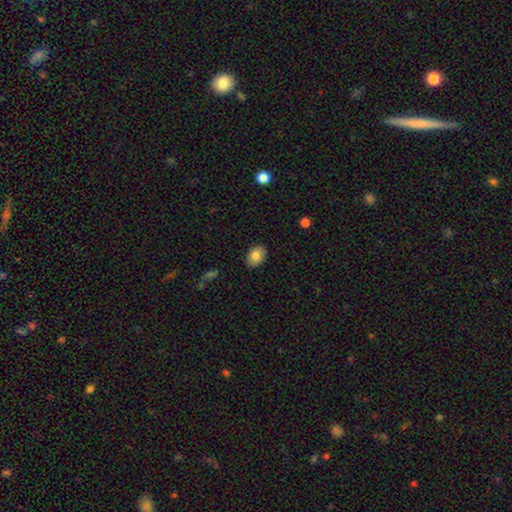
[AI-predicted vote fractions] Morphology: type=smooth (80%); roundness=in between (83%); merging=none (87%).